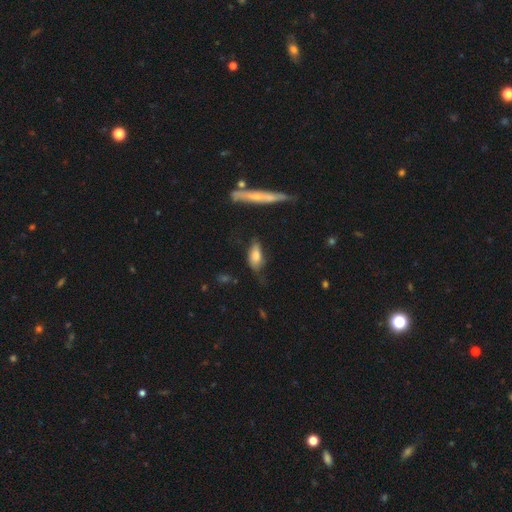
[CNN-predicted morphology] This is likely a smooth galaxy (72%). How rounded: clearly in between (80%). Merging: possibly none (50%).